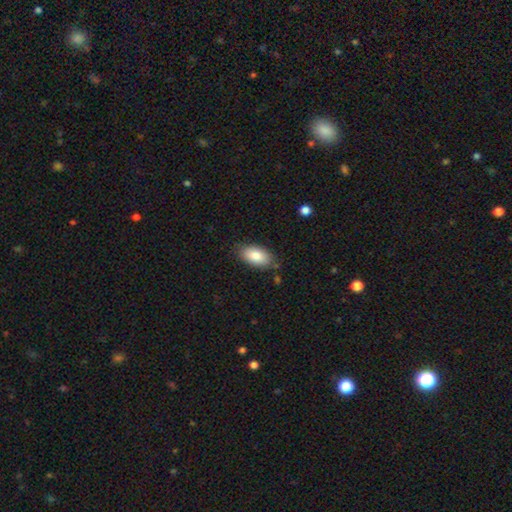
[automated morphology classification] smooth_or_featured: smooth (p=0.83) [alt: featured or disk p=0.10]
how_rounded: in between (p=0.93) [alt: round p=0.04]
merging: none (p=0.81) [alt: minor disturbance p=0.14]